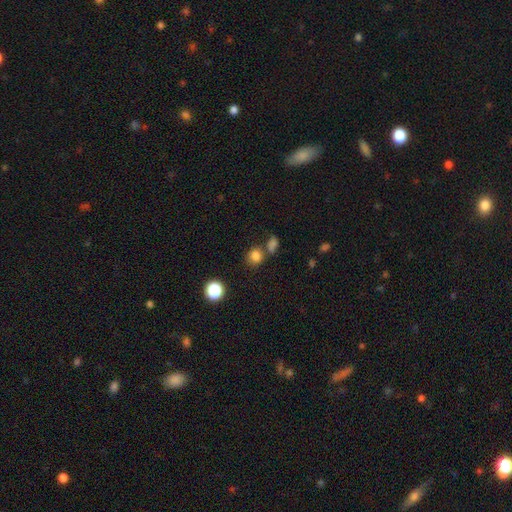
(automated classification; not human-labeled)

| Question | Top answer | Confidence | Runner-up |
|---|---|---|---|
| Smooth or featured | smooth | 80% | star or artifact (15%) |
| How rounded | round | 76% | in between (23%) |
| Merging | none | 61% | merger (22%) |